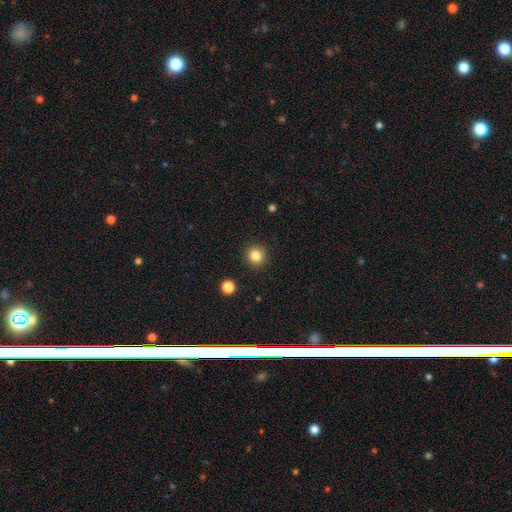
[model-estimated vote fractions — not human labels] Smooth or featured? smooth (84%)
How rounded? round (93%)
Merging? none (91%)